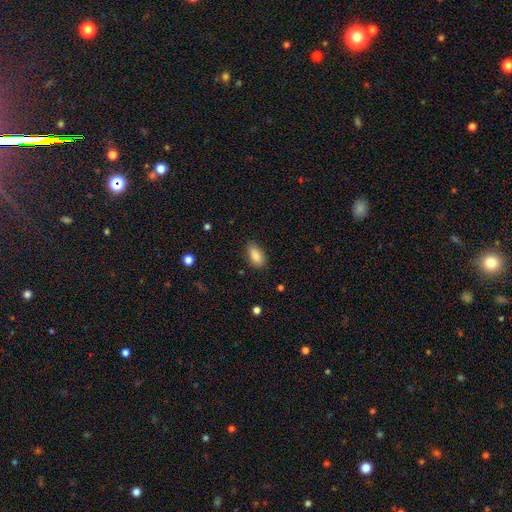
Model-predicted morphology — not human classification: This is clearly a smooth galaxy (87%). How rounded: clearly in between (91%). Merging: likely none (78%).